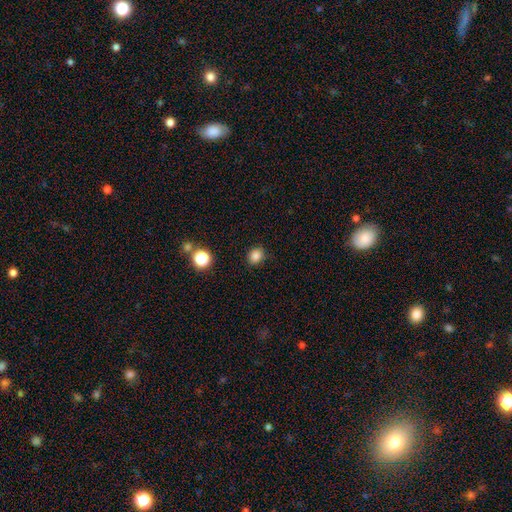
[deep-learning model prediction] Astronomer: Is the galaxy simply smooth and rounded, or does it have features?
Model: smooth — 84%.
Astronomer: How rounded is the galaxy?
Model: round — 67%.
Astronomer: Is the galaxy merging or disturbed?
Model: none — 87%.